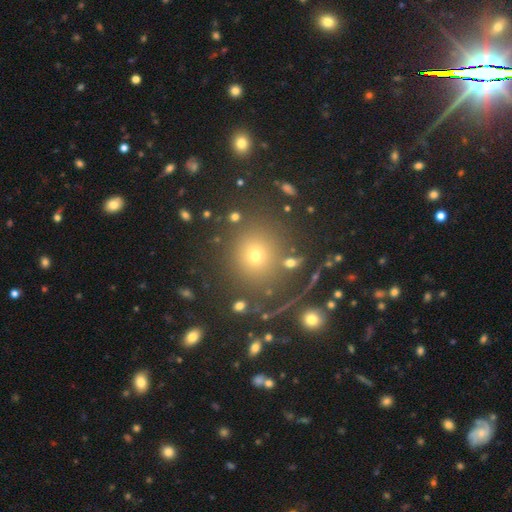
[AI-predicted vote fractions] Overall: smooth (59%; star or artifact 30%). How rounded: round (88%). Merging: none (83%).